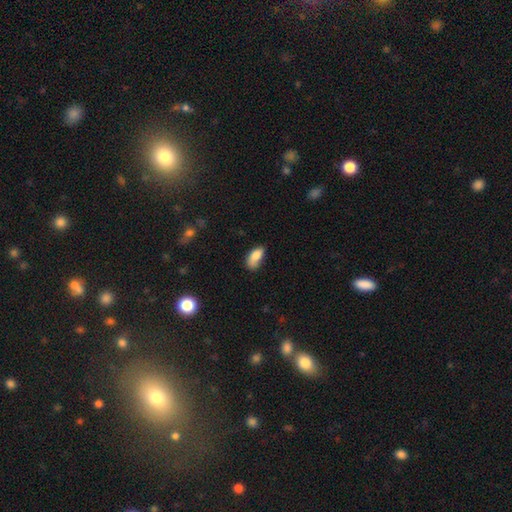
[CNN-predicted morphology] smooth-or-featured: smooth: 83% | featured or disk: 9% | star or artifact: 8%
  how-rounded: in between: 90% | cigar-shaped: 7% | round: 3%
  merging: none: 53% | minor disturbance: 35% | major disturbance: 9% | merger: 4%